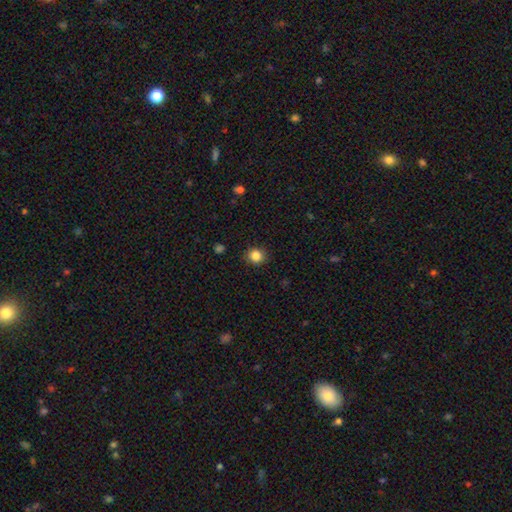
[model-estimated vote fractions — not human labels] Smooth or featured? smooth (85%)
How rounded? round (85%)
Merging? none (89%)